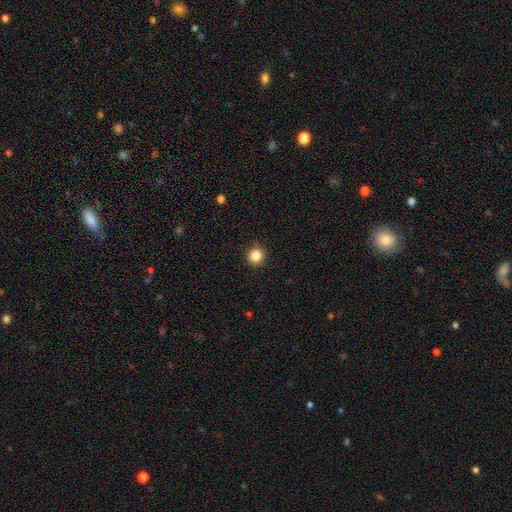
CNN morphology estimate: A smooth galaxy with no disk features (86%) that is round (91%). Merging: none (90%).